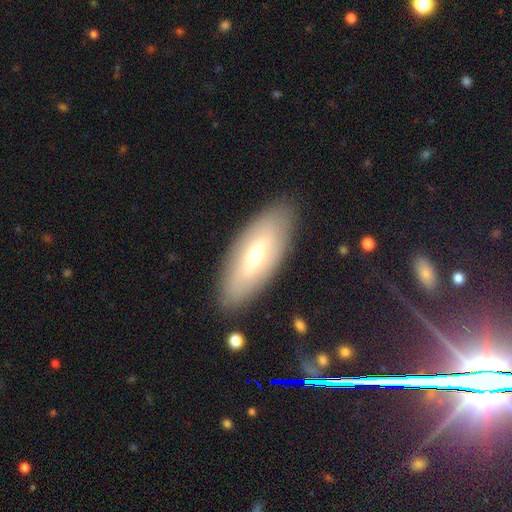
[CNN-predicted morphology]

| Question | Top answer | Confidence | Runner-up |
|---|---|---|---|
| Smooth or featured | smooth | 48% | featured or disk (44%) |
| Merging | none | 86% | minor disturbance (10%) |